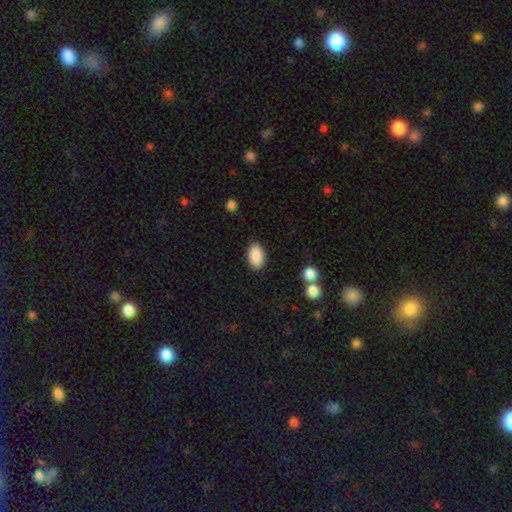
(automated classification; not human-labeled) A smooth galaxy with no disk features (90%) that is in between round and cigar-shaped (93%).

Vote fractions:
- Smooth or featured? smooth: 90% / star or artifact: 7% / featured or disk: 4%
- How rounded? in between: 93% / round: 6% / cigar-shaped: 1%
- Merging? none: 88% / minor disturbance: 9% / major disturbance: 2% / merger: 2%